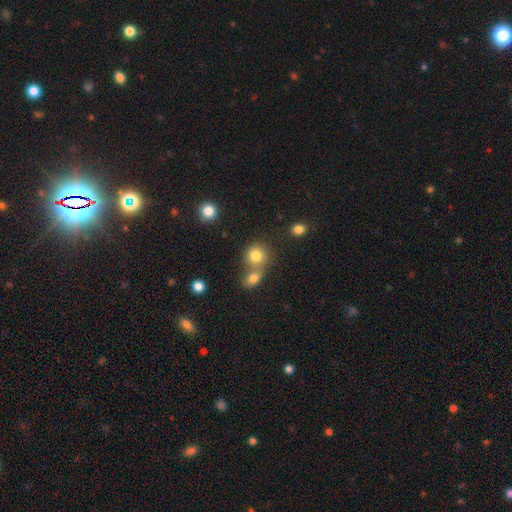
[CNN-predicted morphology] The model was most divided on "merging" (2-way tie): merger: 45%, none: 45%, minor disturbance: 7%, major disturbance: 3%. More confident: how rounded — round (84%); smooth or featured — smooth (79%).